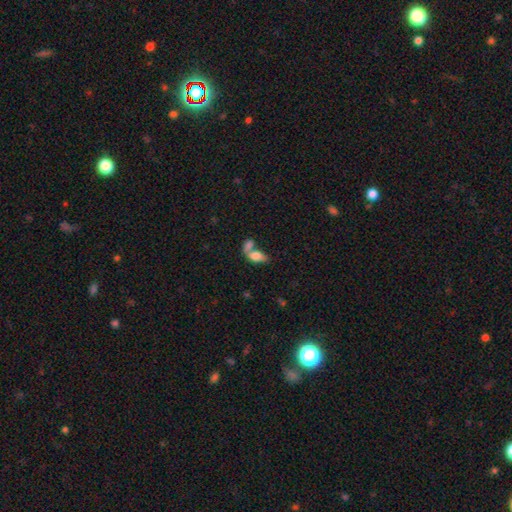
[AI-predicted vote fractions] Smooth or featured: smooth — 76% (featured or disk — 15%)
How rounded: in between — 88% (round — 6%)
Merging: merger — 62% (none — 22%)